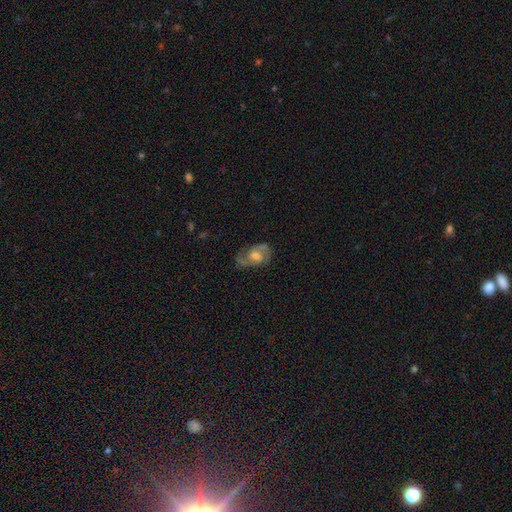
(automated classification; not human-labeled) featured or disk 75%, smooth 19%, star or artifact 7%. Down the decision tree: edge-on disk — no (96%); bar — weak (48%); spiral arms — yes (92%); spiral arm count — 2 (83%); spiral winding — medium (53%); bulge size — moderate (49%); merging — none (68%).